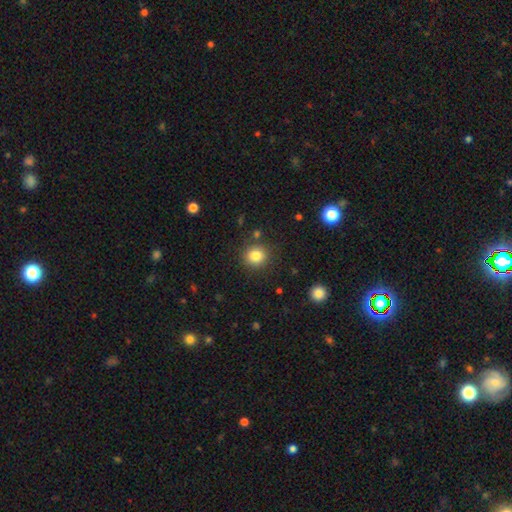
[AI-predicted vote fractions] Smooth or featured?
  - smooth: 82% *
  - star or artifact: 11%
  - featured or disk: 6%
How rounded?
  - round: 85% *
  - in between: 14%
  - cigar-shaped: 1%
Merging?
  - none: 86% *
  - minor disturbance: 8%
  - merger: 3%
  - major disturbance: 3%